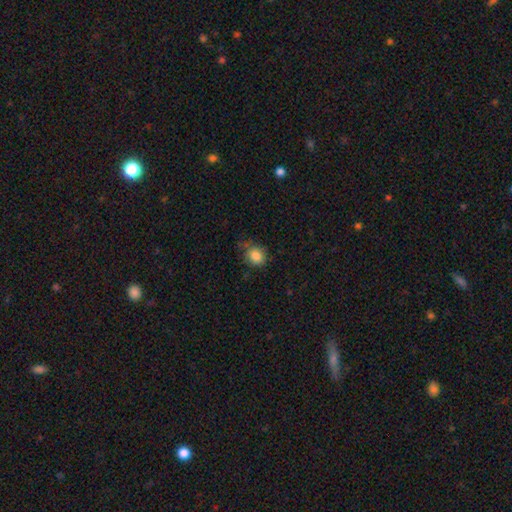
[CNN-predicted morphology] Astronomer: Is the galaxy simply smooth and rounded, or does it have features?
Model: smooth — 85%.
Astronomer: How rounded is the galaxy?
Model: round — 69%.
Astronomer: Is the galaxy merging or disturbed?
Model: none — 62%.